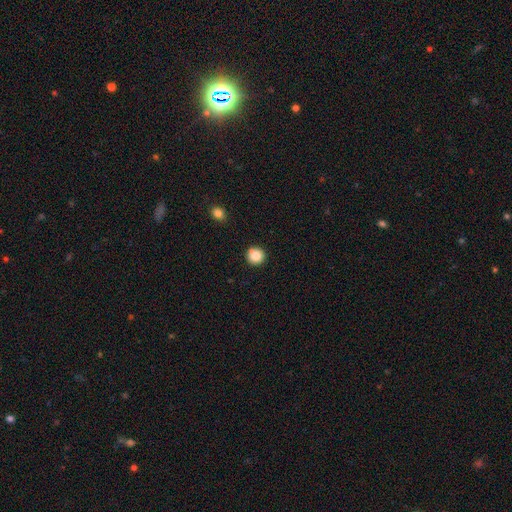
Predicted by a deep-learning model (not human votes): Q: Smooth or featured?
A: smooth (86%); runner-up: star or artifact (9%)
Q: How rounded?
A: round (94%); runner-up: in between (5%)
Q: Merging?
A: none (88%); runner-up: minor disturbance (8%)